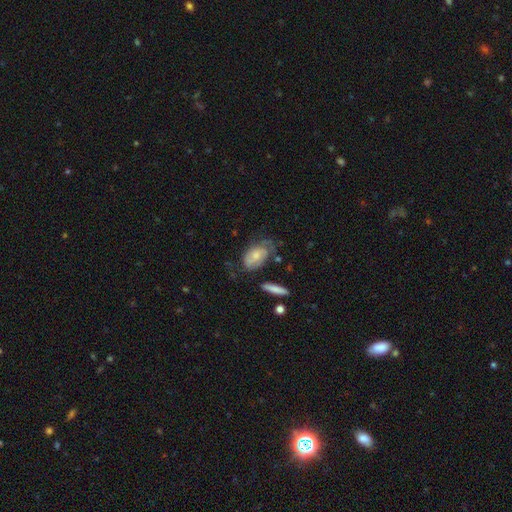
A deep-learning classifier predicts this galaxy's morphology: This is possibly a smooth galaxy (47%). Merging: marginally none (41%).